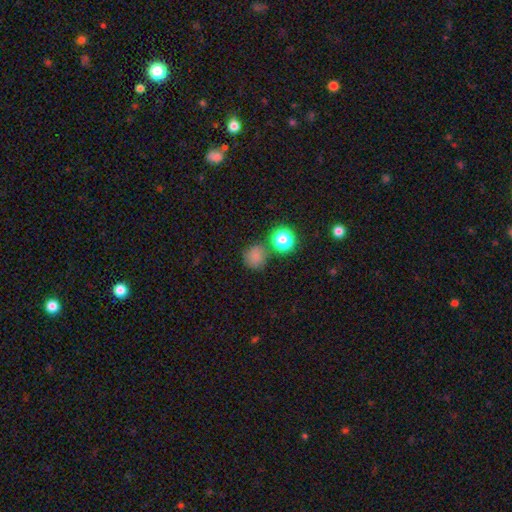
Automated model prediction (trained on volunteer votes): smooth_or_featured: smooth (p=0.76) [alt: star or artifact p=0.19]
how_rounded: round (p=0.90) [alt: in between p=0.09]
merging: none (p=0.73) [alt: minor disturbance p=0.11]